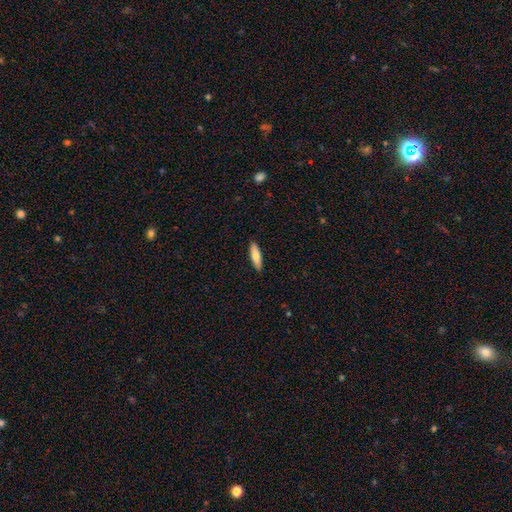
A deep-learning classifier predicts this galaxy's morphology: A smooth galaxy with no disk features (75%) that is cigar-shaped (64%).

Vote fractions:
- Smooth or featured? smooth: 75% / featured or disk: 20% / star or artifact: 6%
- How rounded? cigar-shaped: 64% / in between: 34% / round: 2%
- Merging? none: 90% / minor disturbance: 7% / major disturbance: 1% / merger: 1%